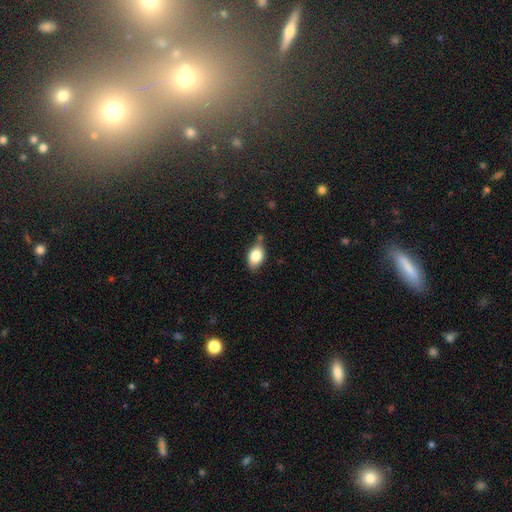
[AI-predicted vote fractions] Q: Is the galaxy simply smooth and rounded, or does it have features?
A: smooth — 80%.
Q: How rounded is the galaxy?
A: in between — 83%.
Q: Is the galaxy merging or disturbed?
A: none — 64%.